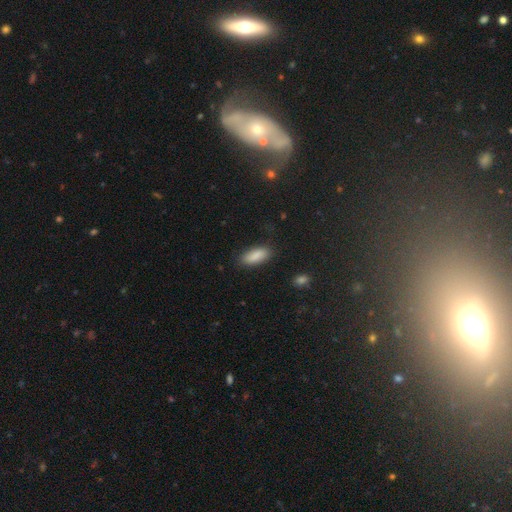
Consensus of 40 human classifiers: smooth_or_featured: smooth (p=0.93) [alt: star or artifact p=0.05]
how_rounded: in between (p=0.84) [alt: cigar-shaped p=0.11]
merging: none (p=0.84) [alt: minor disturbance p=0.08]